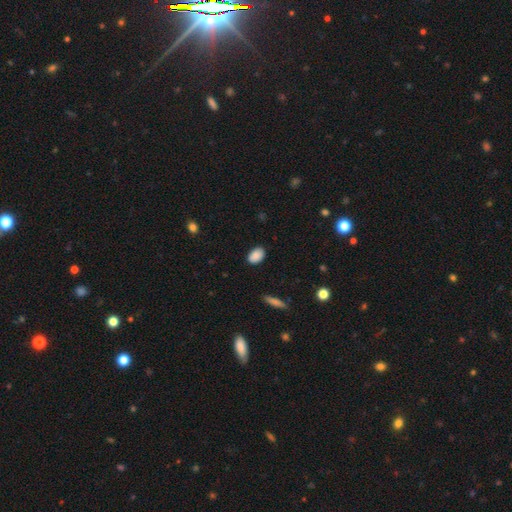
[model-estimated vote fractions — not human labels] This appears to be a smooth galaxy with no disk features (89%) that is in between round and cigar-shaped (89%). Merging: none (87%).